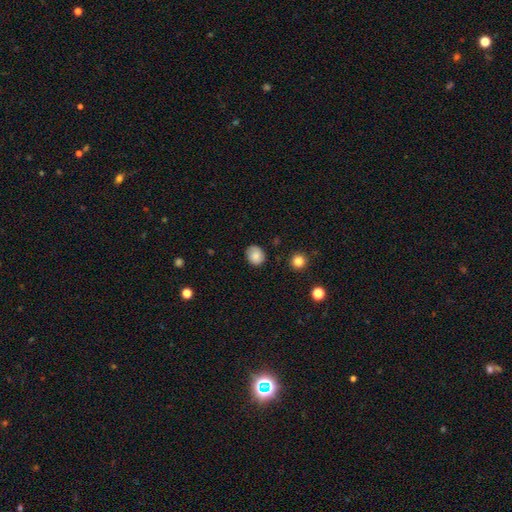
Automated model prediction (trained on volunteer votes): Overall: smooth (79%). How rounded: round (68%; in between 31%). Merging: none (80%).